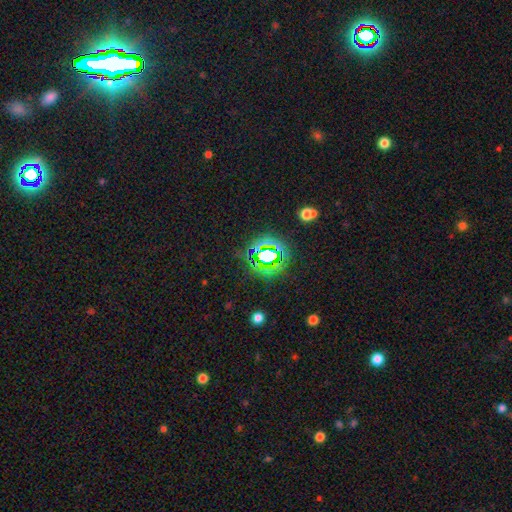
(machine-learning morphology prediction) Q: Smooth or featured?
A: star or artifact (77%); runner-up: smooth (14%)